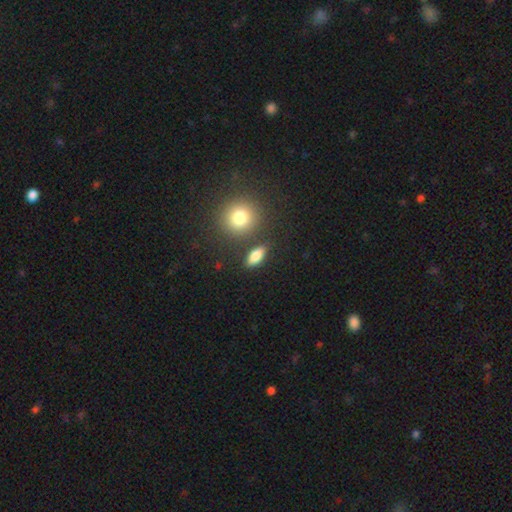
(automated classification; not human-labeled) Morphology: type=smooth (80%); roundness=in between (73%); merging=none (80%).